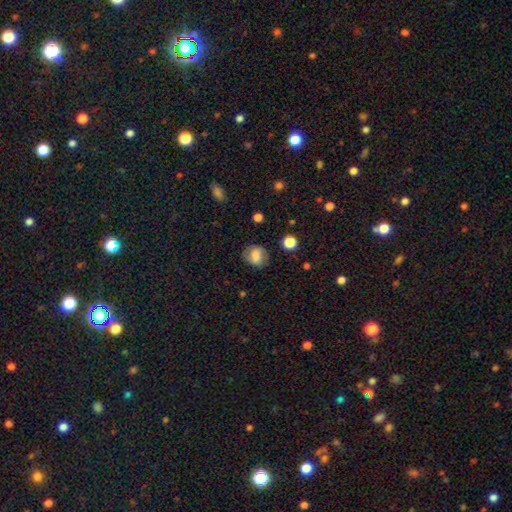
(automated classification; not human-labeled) Smooth or featured? Predicted: smooth (p=0.58). How rounded? Predicted: round (p=0.65). Merging? Predicted: none (p=0.76).